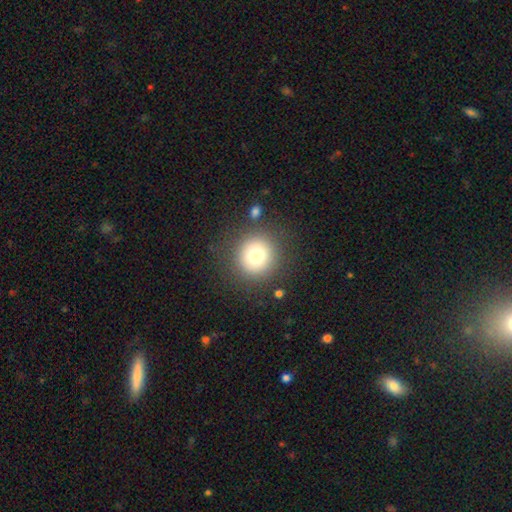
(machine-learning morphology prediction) The model was most divided on "smooth or featured": smooth: 76%, star or artifact: 12%, featured or disk: 12%. More confident: how rounded — round (94%); merging — none (85%).